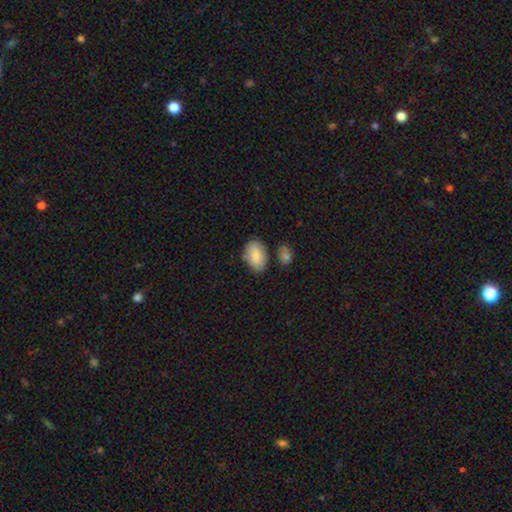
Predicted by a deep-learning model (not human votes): Smooth or featured? smooth (81%)
How rounded? in between (89%)
Merging? none (68%)